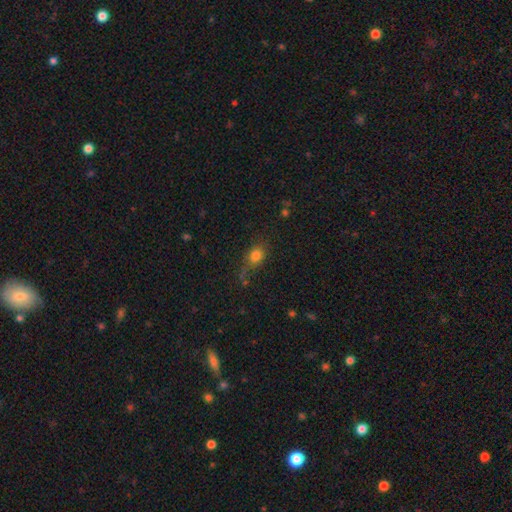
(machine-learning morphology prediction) smooth-or-featured: smooth: 78% | star or artifact: 13% | featured or disk: 8%
  how-rounded: in between: 53% | round: 44% | cigar-shaped: 3%
  merging: none: 61% | minor disturbance: 22% | major disturbance: 11% | merger: 6%